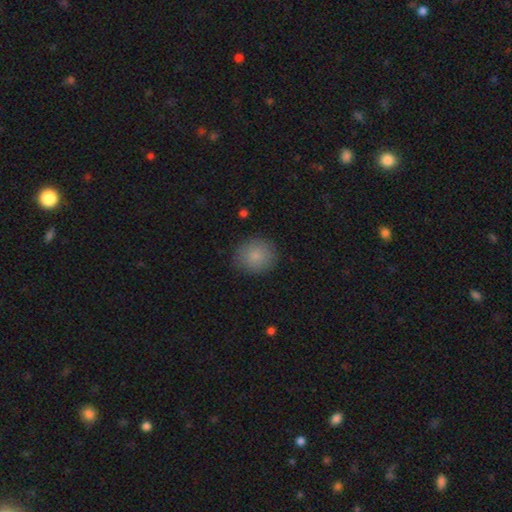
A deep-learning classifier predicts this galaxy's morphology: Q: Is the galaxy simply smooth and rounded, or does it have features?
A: smooth — 85%.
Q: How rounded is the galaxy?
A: round — 84%.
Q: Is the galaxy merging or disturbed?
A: none — 86%.